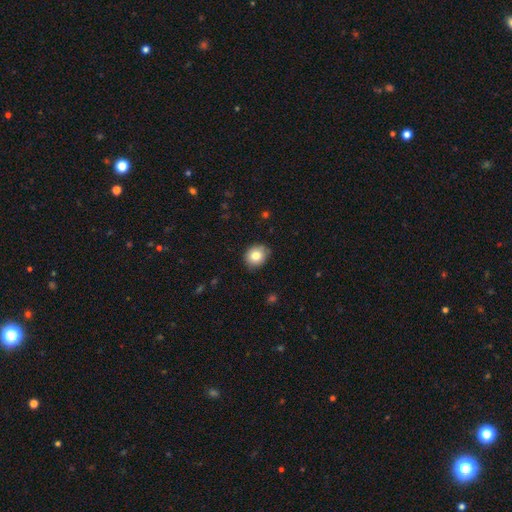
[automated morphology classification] Smooth or featured: smooth — 81% (featured or disk — 10%)
How rounded: round — 78% (in between — 21%)
Merging: none — 84% (minor disturbance — 13%)